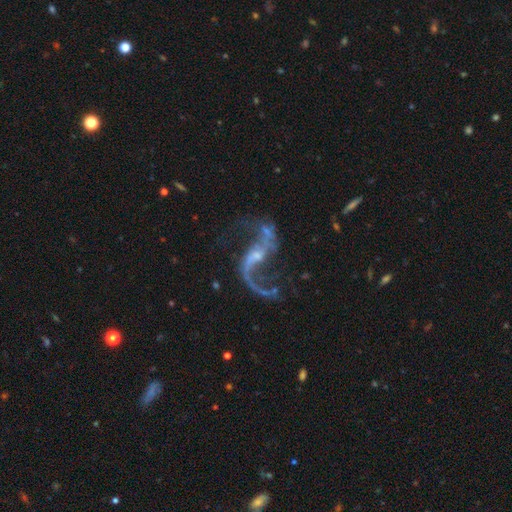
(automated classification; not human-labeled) A featured or disk galaxy (92%) with a weak bar (41%), 2 (92%) loose (87%) spiral arms (97%) and a small central bulge (68%).

Vote fractions:
- Smooth or featured? featured or disk: 92% / star or artifact: 5% / smooth: 3%
- Edge-on disk? no: 97% / yes: 3%
- Bar? weak: 41% / no: 35% / strong: 23%
- Spiral arms? yes: 97% / no: 3%
- Spiral winding? loose: 87% / medium: 10% / tight: 3%
- Spiral arm count? 2: 92% / 1: 3% / can't tell: 1% / 3: 1% / 4: 1% / more than 4: 1%
- Bulge size? small: 68% / moderate: 20% / none: 9% / large: 2% / dominant: 1%
- Merging? none: 62% / major disturbance: 16% / minor disturbance: 16% / merger: 6%